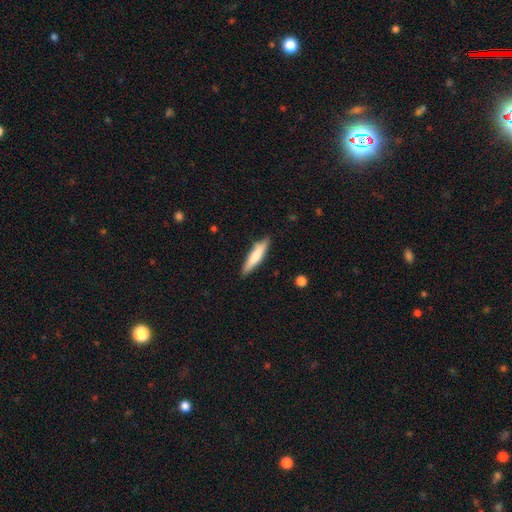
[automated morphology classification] type=smooth (73%); roundness=cigar-shaped (82%); merging=none (84%).